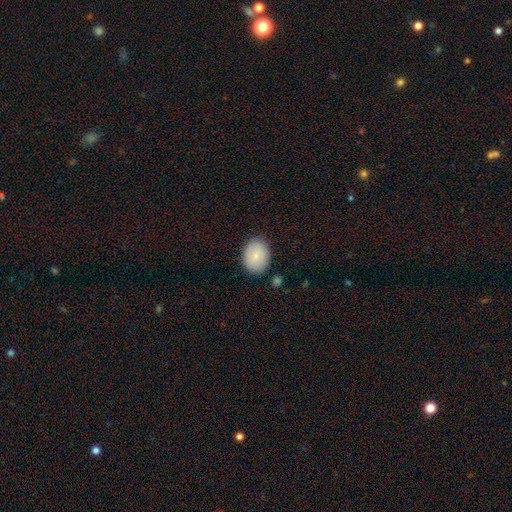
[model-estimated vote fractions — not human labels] Q: Smooth or featured?
A: smooth (80%); runner-up: featured or disk (13%)
Q: How rounded?
A: in between (59%); runner-up: round (40%)
Q: Merging?
A: none (82%); runner-up: minor disturbance (13%)